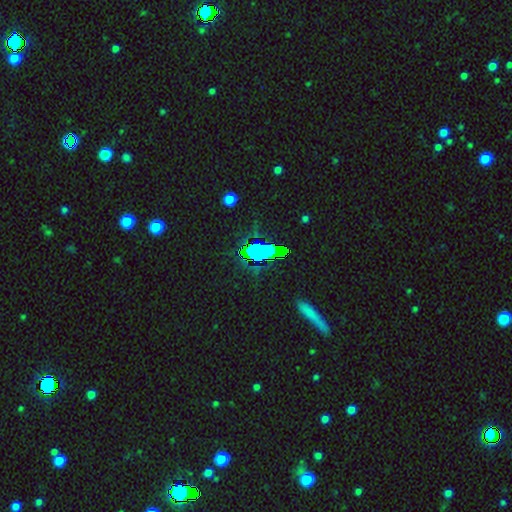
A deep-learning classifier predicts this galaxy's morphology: Smooth or featured?
  - star or artifact: 70% *
  - smooth: 20%
  - featured or disk: 10%